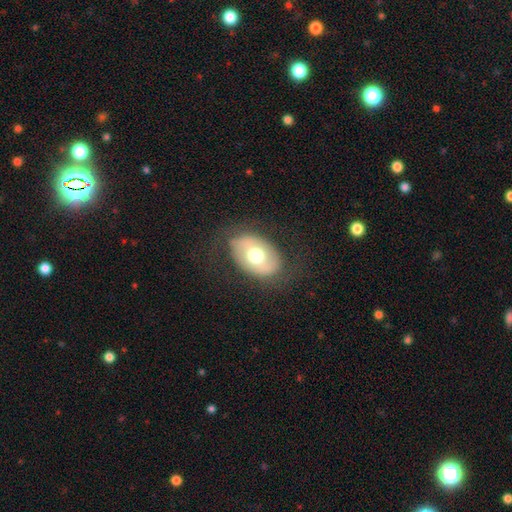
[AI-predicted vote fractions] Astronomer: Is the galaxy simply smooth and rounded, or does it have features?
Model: smooth — 54% (runner-up: featured or disk, 39%).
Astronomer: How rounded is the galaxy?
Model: in between — 81%.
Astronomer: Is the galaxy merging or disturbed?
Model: none — 75%.